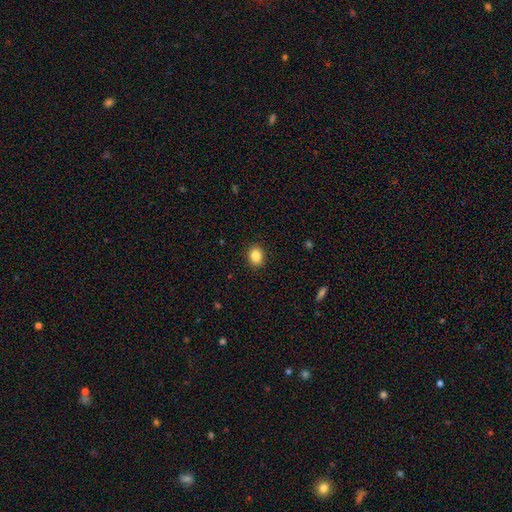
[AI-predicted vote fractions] A smooth galaxy with no disk features (86%) that is round (50%).

Vote fractions:
- Smooth or featured? smooth: 86% / star or artifact: 9% / featured or disk: 4%
- How rounded? round: 50% / in between: 49% / cigar-shaped: 1%
- Merging? none: 90% / minor disturbance: 7% / major disturbance: 2% / merger: 1%